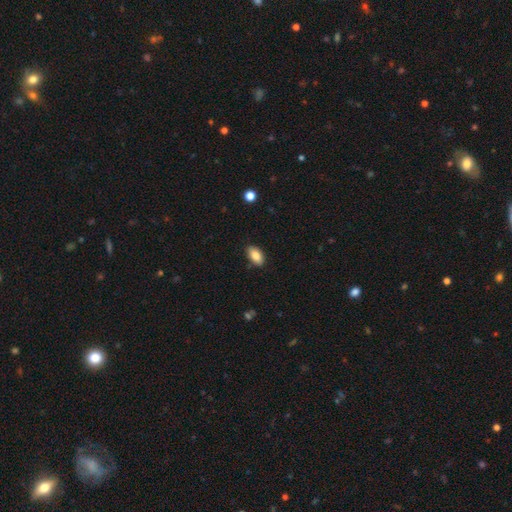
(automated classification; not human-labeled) Smooth or featured? Predicted: smooth (p=0.86). How rounded? Predicted: in between (p=0.93). Merging? Predicted: none (p=0.85).